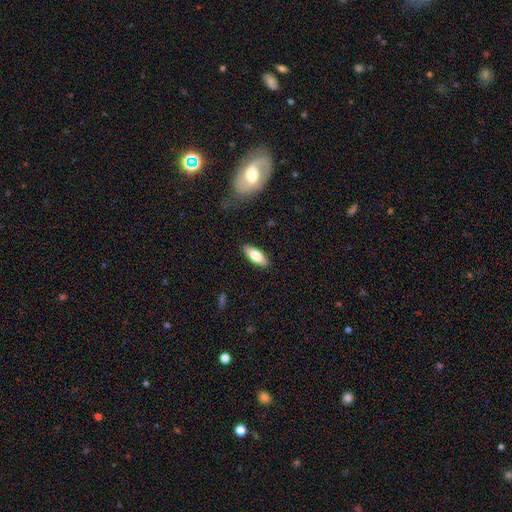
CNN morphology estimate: Smooth or featured?
  - smooth: 74% *
  - featured or disk: 20%
  - star or artifact: 6%
How rounded?
  - in between: 68% *
  - cigar-shaped: 30%
  - round: 2%
Merging?
  - none: 87% *
  - minor disturbance: 9%
  - major disturbance: 2%
  - merger: 1%